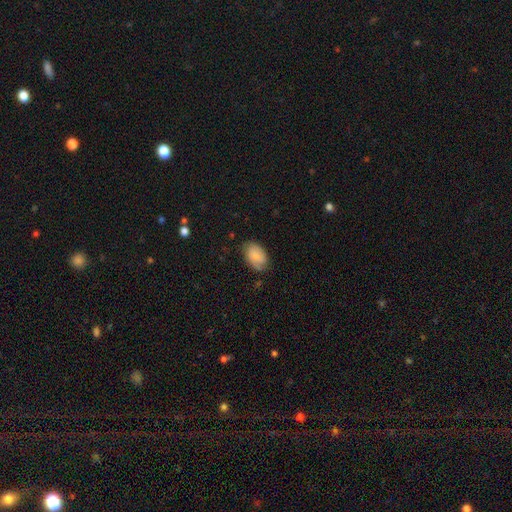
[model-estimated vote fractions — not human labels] Morphology: type=smooth (73%); roundness=in between (89%); merging=none (69%).